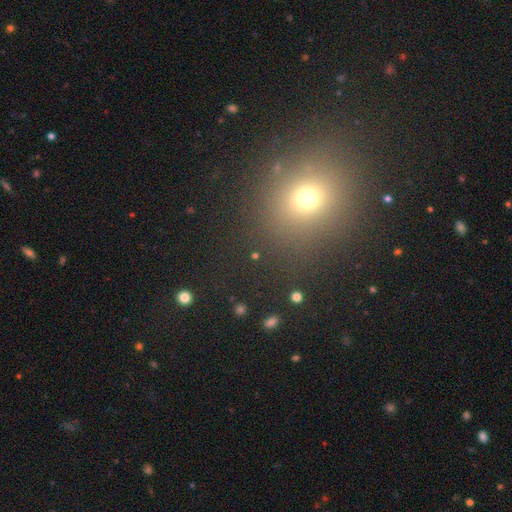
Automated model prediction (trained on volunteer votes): Q: Smooth or featured?
A: smooth (54%); runner-up: star or artifact (36%)
Q: How rounded?
A: round (80%); runner-up: in between (18%)
Q: Merging?
A: none (84%); runner-up: minor disturbance (7%)